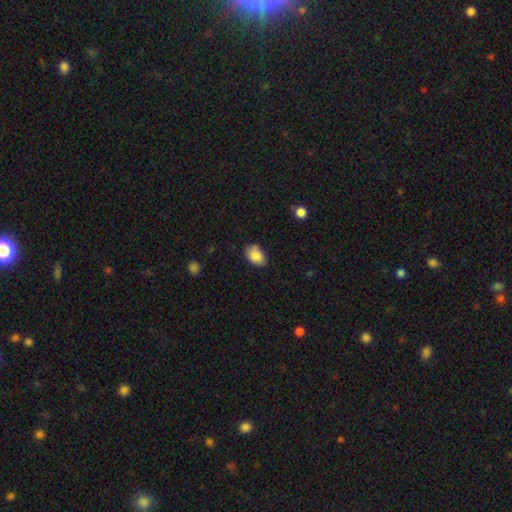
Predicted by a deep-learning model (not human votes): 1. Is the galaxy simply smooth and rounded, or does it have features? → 86% smooth, 7% star or artifact, 7% featured or disk.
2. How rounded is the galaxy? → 87% in between, 12% round, 1% cigar-shaped.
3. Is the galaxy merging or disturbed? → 75% none, 20% minor disturbance, 3% major disturbance, 2% merger.